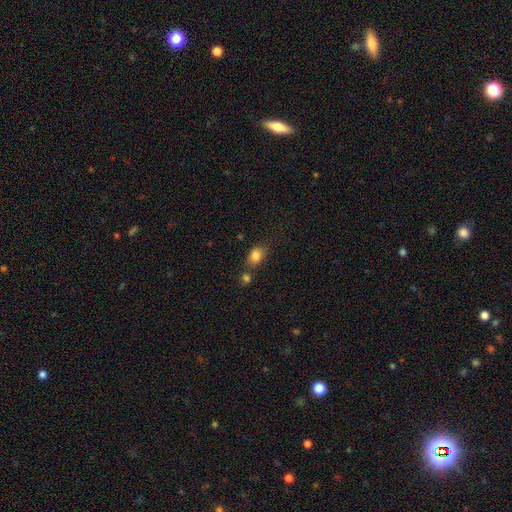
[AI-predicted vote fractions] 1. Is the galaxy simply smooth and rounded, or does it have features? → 83% smooth, 10% star or artifact, 7% featured or disk.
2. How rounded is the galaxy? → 66% in between, 32% round, 2% cigar-shaped.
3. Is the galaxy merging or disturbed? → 61% none, 18% merger, 16% minor disturbance, 5% major disturbance.